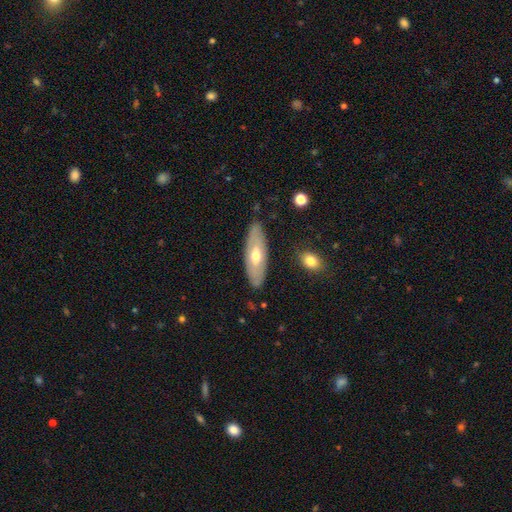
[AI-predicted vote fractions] Smooth or featured?
  - featured or disk: 49% *
  - smooth: 45%
  - star or artifact: 5%
Merging?
  - none: 83% *
  - minor disturbance: 12%
  - major disturbance: 3%
  - merger: 2%